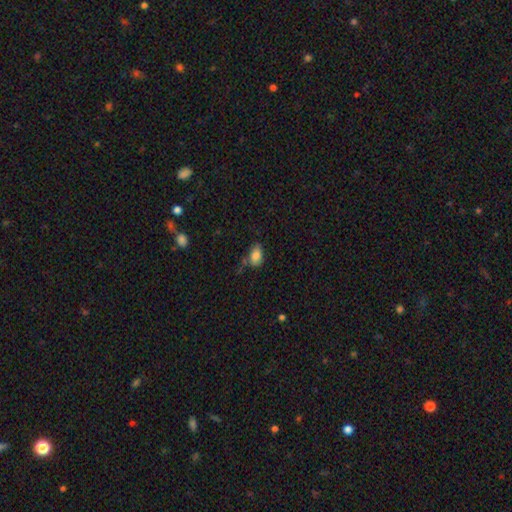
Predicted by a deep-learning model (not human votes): A smooth galaxy with no disk features (84%) that is in between round and cigar-shaped (87%). Merging: none (59%).